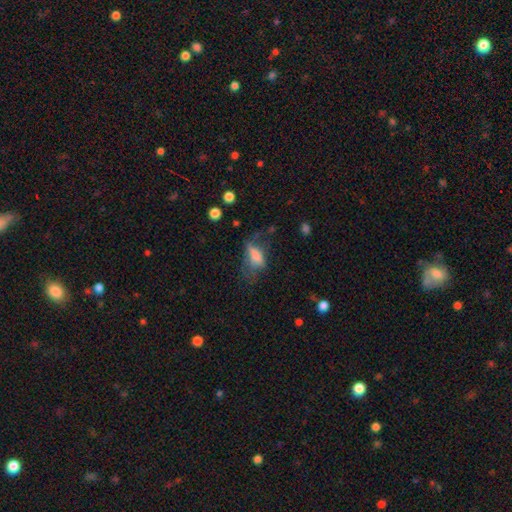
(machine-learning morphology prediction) This is possibly a smooth galaxy (58%). How rounded: clearly in between (82%). Merging: possibly major disturbance (48%).